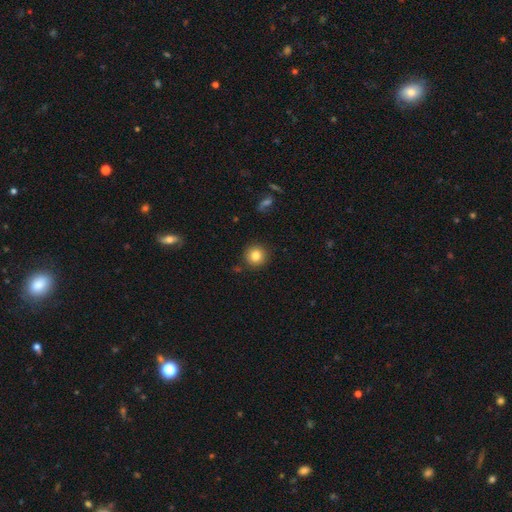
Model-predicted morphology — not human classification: Smooth or featured? smooth (83%)
How rounded? round (94%)
Merging? none (89%)